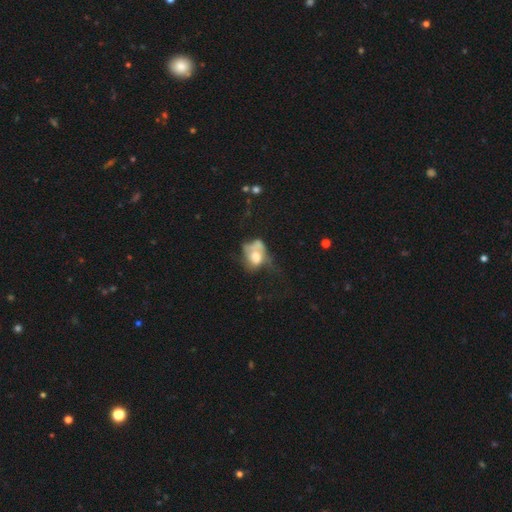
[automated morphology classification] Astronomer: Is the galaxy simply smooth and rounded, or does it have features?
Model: smooth — 52% (runner-up: featured or disk, 38%).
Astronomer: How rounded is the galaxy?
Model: in between — 67%.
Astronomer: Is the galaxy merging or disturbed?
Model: major disturbance — 40% (runner-up: minor disturbance, 21%).